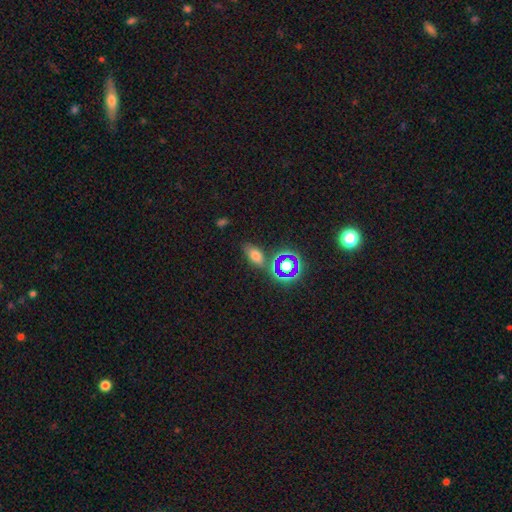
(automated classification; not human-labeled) Morphology: type=smooth (63%); roundness=in between (82%); merging=none (71%).